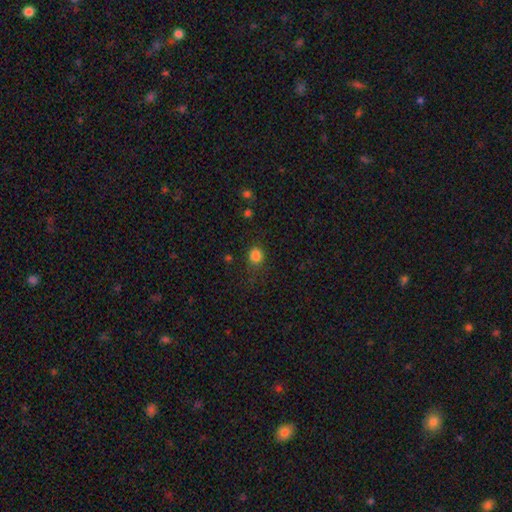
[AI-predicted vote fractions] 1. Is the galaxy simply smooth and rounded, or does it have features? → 84% smooth, 13% star or artifact, 4% featured or disk.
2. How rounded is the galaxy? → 79% round, 20% in between, 1% cigar-shaped.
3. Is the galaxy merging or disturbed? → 79% none, 14% minor disturbance, 5% major disturbance, 2% merger.